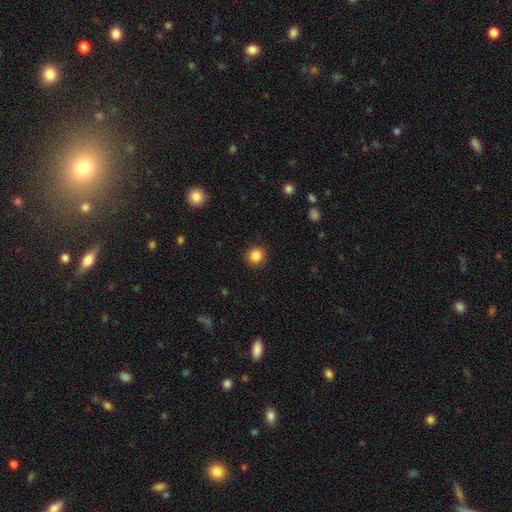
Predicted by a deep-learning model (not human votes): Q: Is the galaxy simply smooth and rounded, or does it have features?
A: smooth — 86%.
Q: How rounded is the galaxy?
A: round — 92%.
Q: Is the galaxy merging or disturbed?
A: none — 91%.